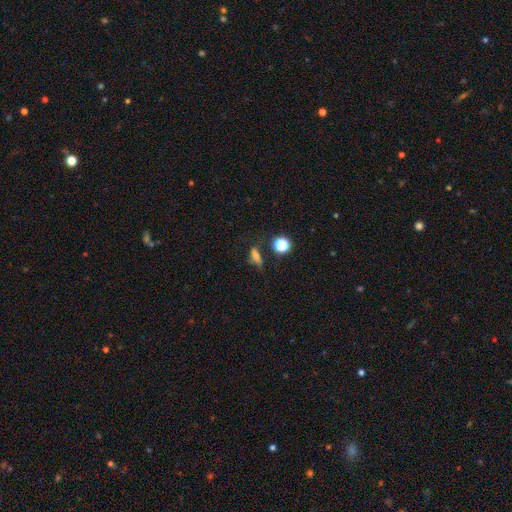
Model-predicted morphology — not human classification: type=smooth (63%); roundness=in between (51%); merging=none (60%).